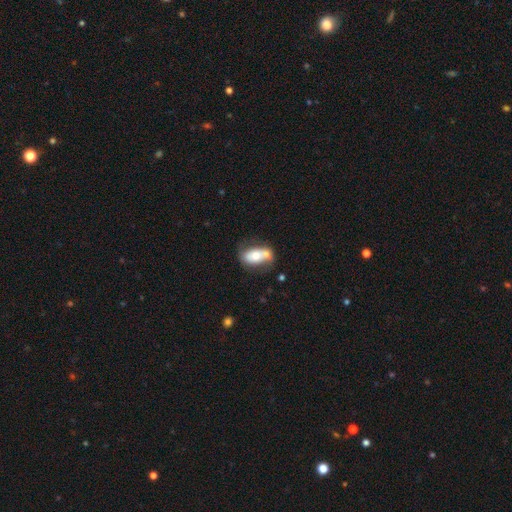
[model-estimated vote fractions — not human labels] Smooth or featured? smooth (56%)
How rounded? in between (87%)
Merging? none (42%)